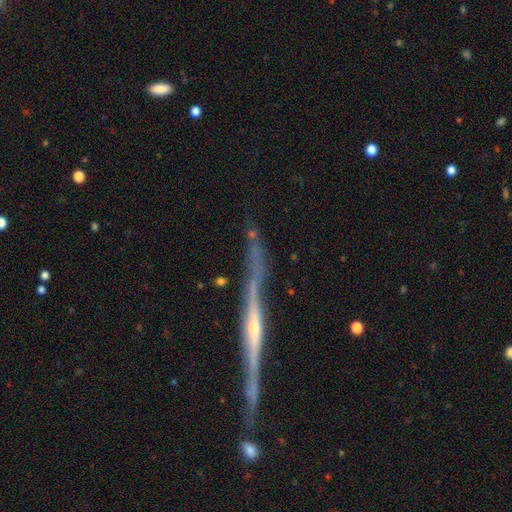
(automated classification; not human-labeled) Smooth or featured?
  - featured or disk: 82% *
  - smooth: 11%
  - star or artifact: 7%
Edge-on disk?
  - yes: 93% *
  - no: 7%
Edge-on bulge?
  - rounded: 60% *
  - none: 28%
  - boxy: 12%
Merging?
  - none: 70% *
  - minor disturbance: 18%
  - major disturbance: 7%
  - merger: 5%